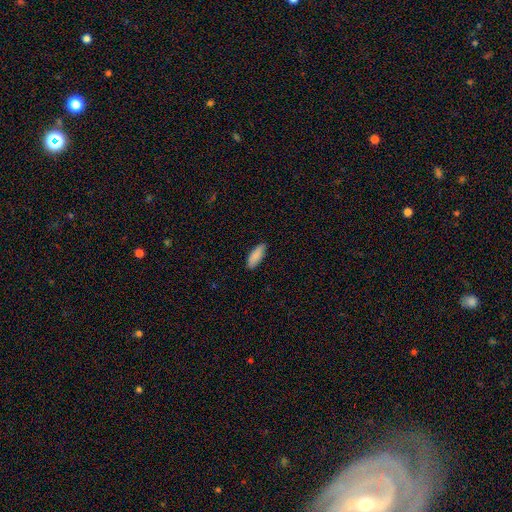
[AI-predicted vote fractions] Q: Smooth or featured?
A: smooth (89%); runner-up: star or artifact (6%)
Q: How rounded?
A: in between (68%); runner-up: cigar-shaped (30%)
Q: Merging?
A: none (86%); runner-up: minor disturbance (11%)